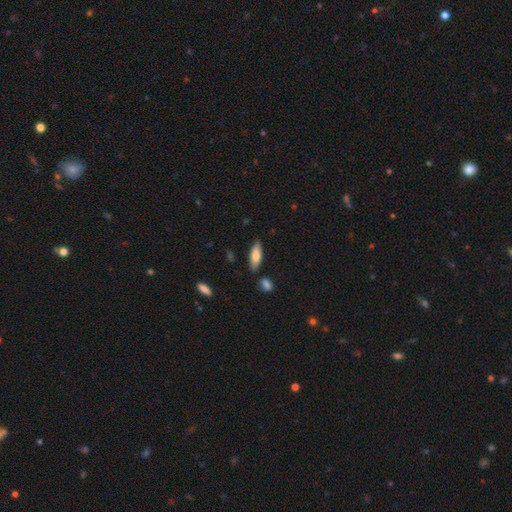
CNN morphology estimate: Smooth or featured?
  - smooth: 75% *
  - featured or disk: 19%
  - star or artifact: 6%
How rounded?
  - in between: 59% *
  - cigar-shaped: 39%
  - round: 2%
Merging?
  - none: 79% *
  - minor disturbance: 14%
  - merger: 4%
  - major disturbance: 3%